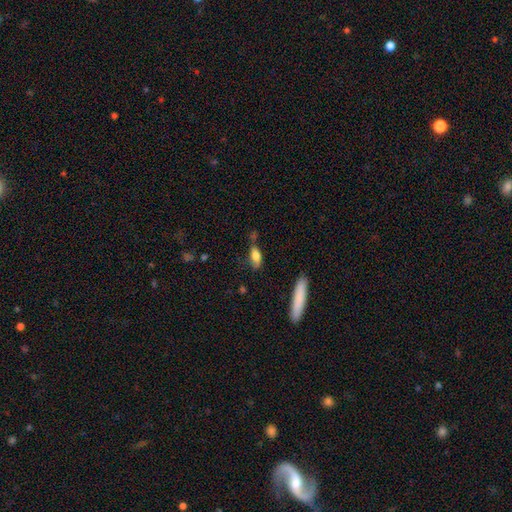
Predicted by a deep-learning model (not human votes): This appears to be a smooth galaxy with no disk features (74%) that is in between round and cigar-shaped (68%). Merging: none (54%).